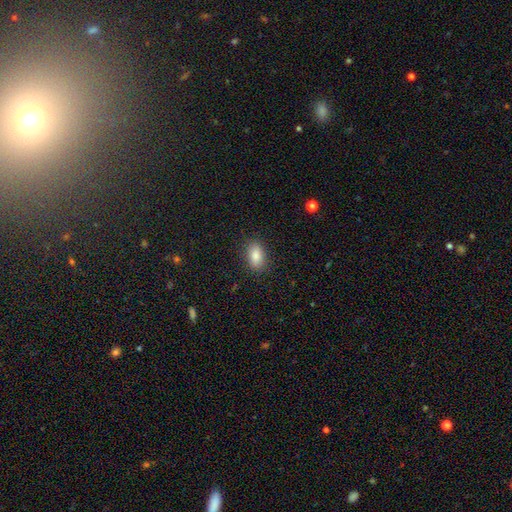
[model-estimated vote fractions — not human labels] Q: Smooth or featured?
A: smooth (87%); runner-up: star or artifact (8%)
Q: How rounded?
A: in between (90%); runner-up: round (7%)
Q: Merging?
A: none (88%); runner-up: minor disturbance (9%)